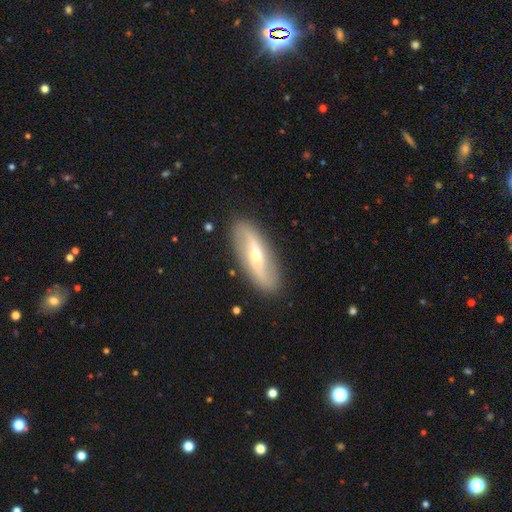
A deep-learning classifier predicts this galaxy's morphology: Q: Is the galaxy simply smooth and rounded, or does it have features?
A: featured or disk — 75%.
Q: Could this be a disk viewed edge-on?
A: no — 83%.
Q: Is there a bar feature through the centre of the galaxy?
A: no — 37%.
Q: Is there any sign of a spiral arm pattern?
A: yes — 84%.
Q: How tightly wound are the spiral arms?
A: loose — 73%.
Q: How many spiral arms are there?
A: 2 — 91%.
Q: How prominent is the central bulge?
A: small — 59%.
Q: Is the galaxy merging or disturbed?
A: none — 86%.